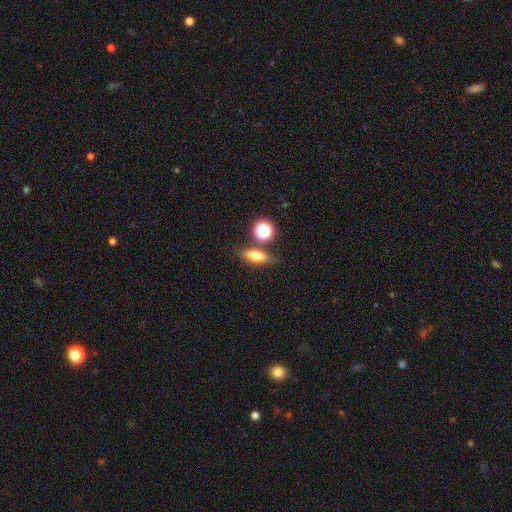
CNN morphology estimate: Smooth or featured?
  - smooth: 64% *
  - featured or disk: 24%
  - star or artifact: 12%
How rounded?
  - in between: 54% *
  - cigar-shaped: 33%
  - round: 13%
Merging?
  - none: 74% *
  - minor disturbance: 11%
  - merger: 11%
  - major disturbance: 4%